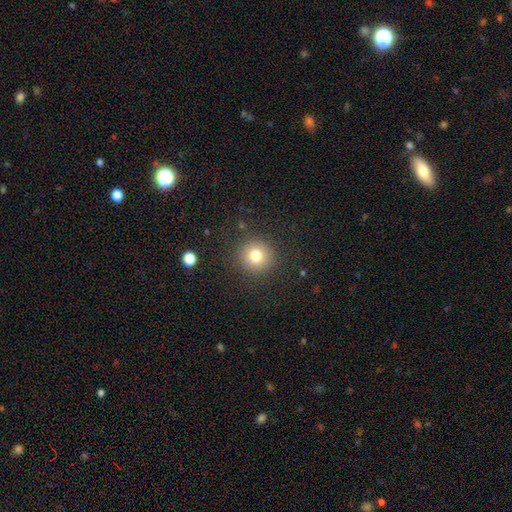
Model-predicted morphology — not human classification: smooth 78%, star or artifact 13%, featured or disk 9%. Down the decision tree: how rounded — round (94%); merging — none (89%).